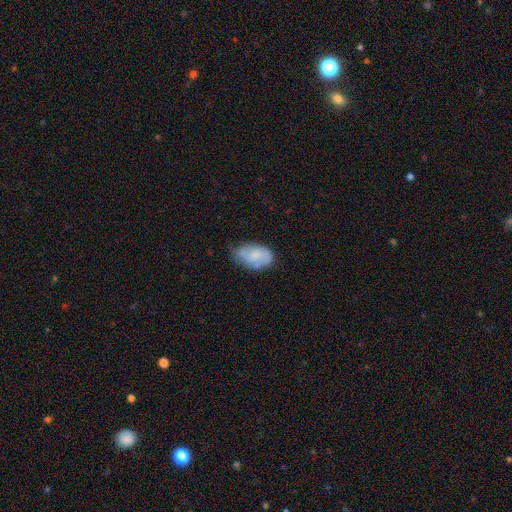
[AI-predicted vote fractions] smooth 62%, featured or disk 31%, star or artifact 7%. Down the decision tree: how rounded — in between (92%); merging — none (53%).